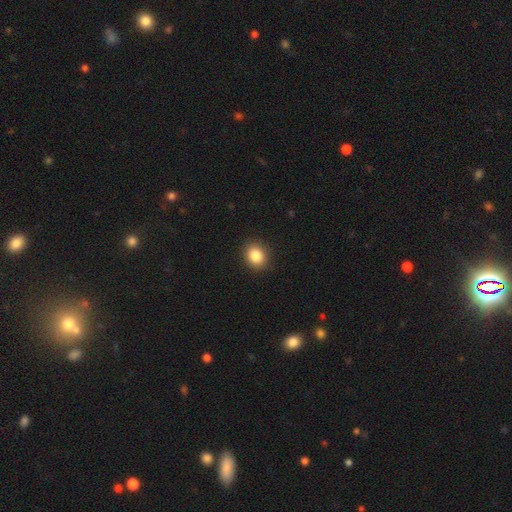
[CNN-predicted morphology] Q: Smooth or featured?
A: smooth (86%); runner-up: star or artifact (9%)
Q: How rounded?
A: round (56%); runner-up: in between (43%)
Q: Merging?
A: none (90%); runner-up: minor disturbance (7%)